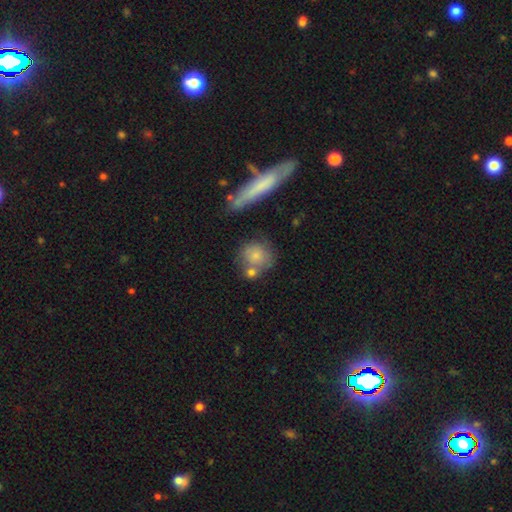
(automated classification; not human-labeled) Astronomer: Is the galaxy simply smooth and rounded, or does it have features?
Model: smooth — 74%.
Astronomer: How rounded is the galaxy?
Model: round — 82%.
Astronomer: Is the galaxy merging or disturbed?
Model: none — 51% (runner-up: merger, 28%).